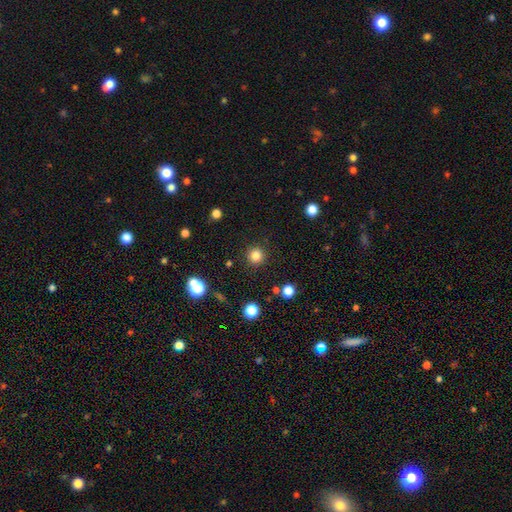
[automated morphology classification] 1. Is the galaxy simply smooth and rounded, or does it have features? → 83% smooth, 13% star or artifact, 4% featured or disk.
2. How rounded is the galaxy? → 95% round, 4% in between, 1% cigar-shaped.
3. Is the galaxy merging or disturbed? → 90% none, 6% minor disturbance, 2% major disturbance, 2% merger.